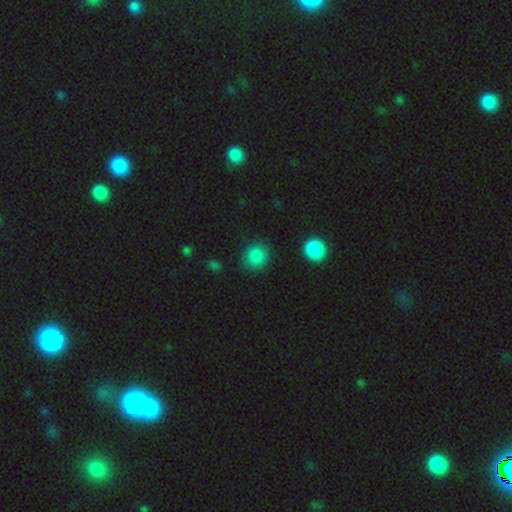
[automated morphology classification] A smooth galaxy with no disk features (87%) that is round (87%).

Vote fractions:
- Smooth or featured? smooth: 87% / star or artifact: 10% / featured or disk: 3%
- How rounded? round: 87% / in between: 12% / cigar-shaped: 1%
- Merging? none: 88% / minor disturbance: 8% / major disturbance: 3% / merger: 2%